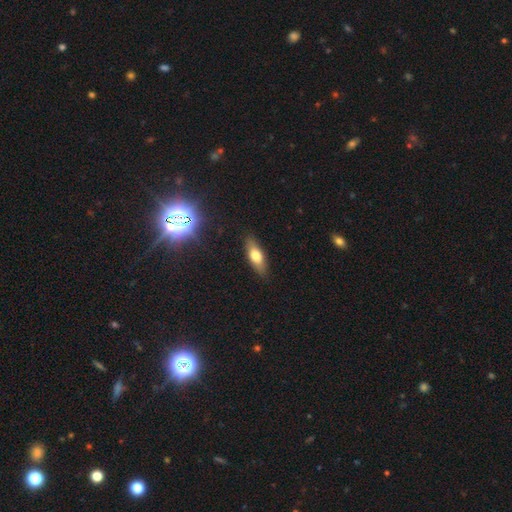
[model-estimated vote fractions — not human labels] This appears to be a smooth galaxy with no disk features (65%) that is in between round and cigar-shaped (64%). Merging: none (86%).